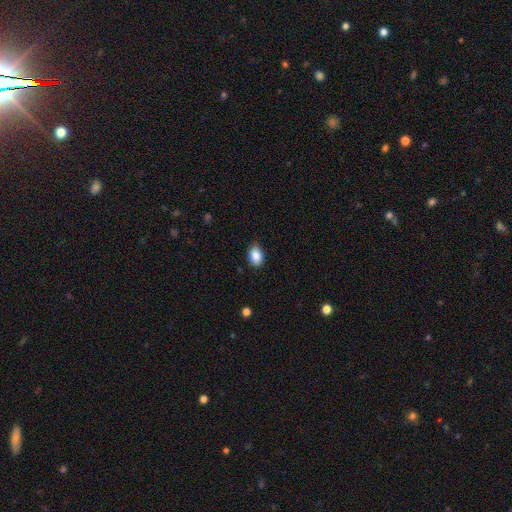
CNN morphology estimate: Smooth or featured?
  - smooth: 87% *
  - star or artifact: 8%
  - featured or disk: 5%
How rounded?
  - in between: 80% *
  - round: 19%
  - cigar-shaped: 1%
Merging?
  - none: 80% *
  - minor disturbance: 17%
  - major disturbance: 2%
  - merger: 1%